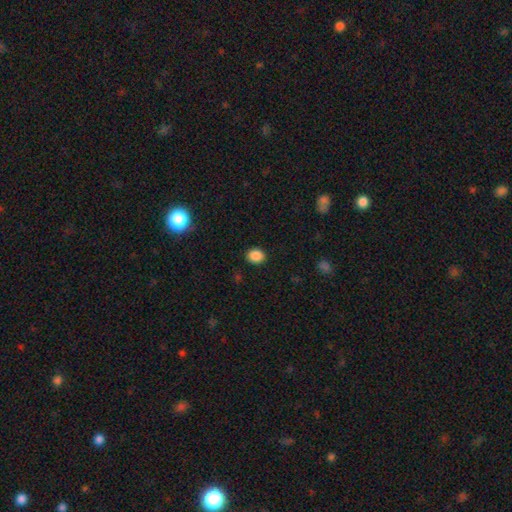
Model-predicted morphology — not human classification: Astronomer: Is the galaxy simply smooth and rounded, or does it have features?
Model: smooth — 87%.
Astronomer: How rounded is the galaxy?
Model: round — 59% (runner-up: in between, 40%).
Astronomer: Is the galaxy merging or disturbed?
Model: none — 89%.